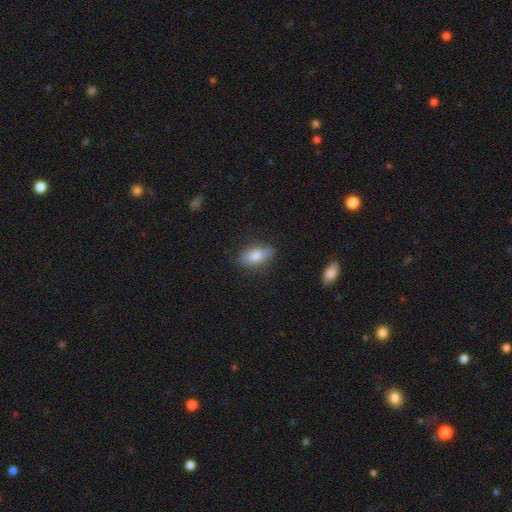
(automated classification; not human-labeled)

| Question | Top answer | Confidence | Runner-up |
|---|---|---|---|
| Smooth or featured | smooth | 71% | featured or disk (22%) |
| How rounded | in between | 77% | cigar-shaped (19%) |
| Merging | none | 82% | minor disturbance (14%) |